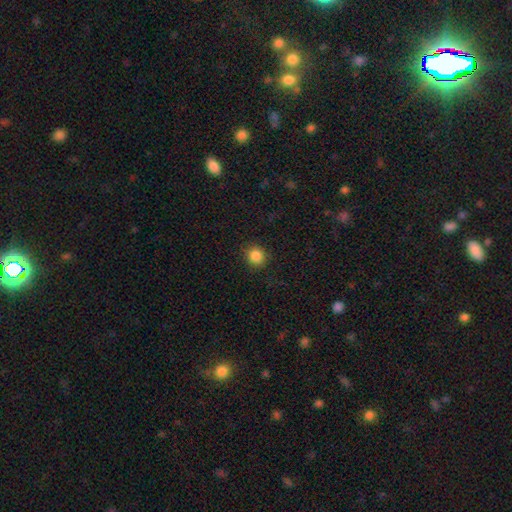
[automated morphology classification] smooth 86%, star or artifact 11%, featured or disk 4%. Down the decision tree: how rounded — round (89%); merging — none (89%).